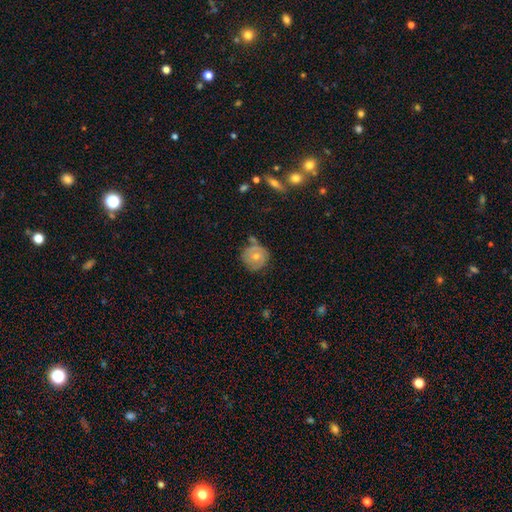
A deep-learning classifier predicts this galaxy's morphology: Smooth or featured: smooth — 52% (featured or disk — 40%)
How rounded: round — 90% (in between — 9%)
Merging: none — 69% (minor disturbance — 19%)